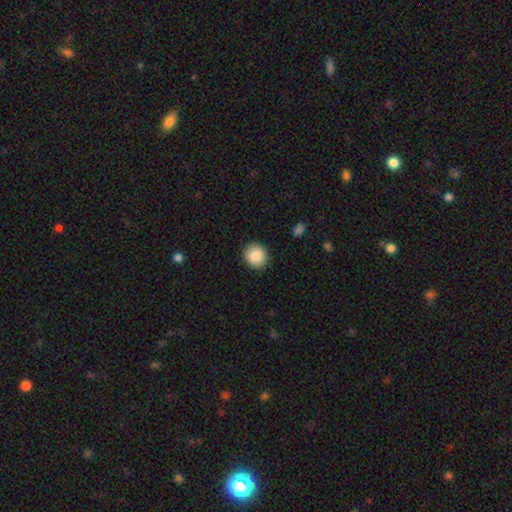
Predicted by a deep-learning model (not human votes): Q: Smooth or featured?
A: smooth (87%); runner-up: star or artifact (8%)
Q: How rounded?
A: round (86%); runner-up: in between (13%)
Q: Merging?
A: none (90%); runner-up: minor disturbance (7%)